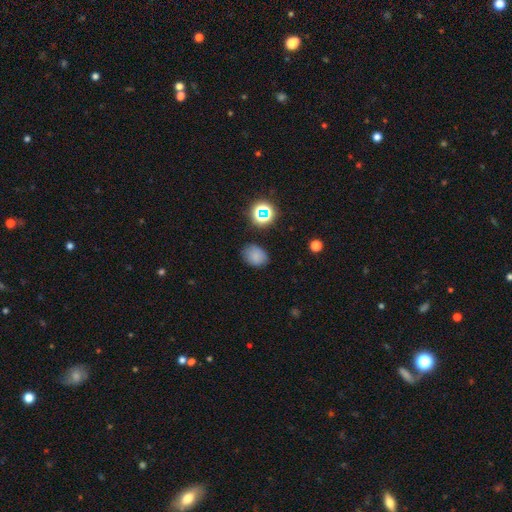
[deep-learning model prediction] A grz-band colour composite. It shows a smooth galaxy with no disk features (77%) that is in between round and cigar-shaped (56%). Merging: none (80%).